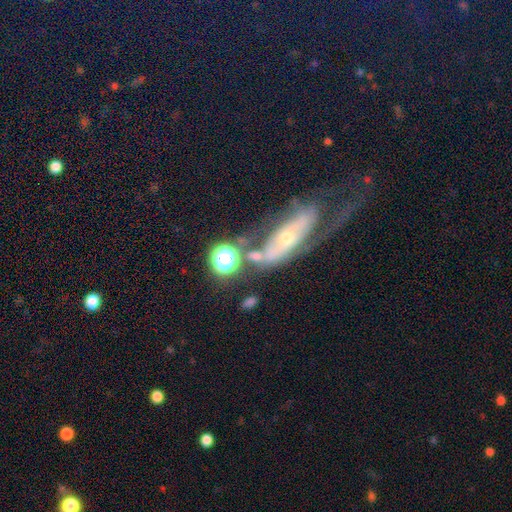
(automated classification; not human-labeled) smooth 43%, featured or disk 37%, star or artifact 20%. Down the decision tree: merging — none (46%).